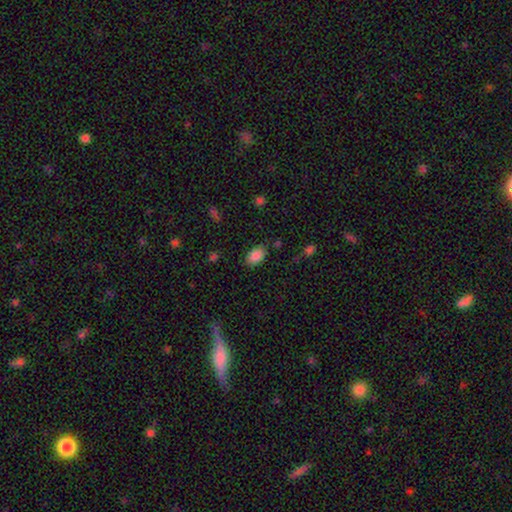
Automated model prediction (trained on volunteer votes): This appears to be a smooth galaxy with no disk features (86%) that is in between round and cigar-shaped (89%). Merging: none (82%).